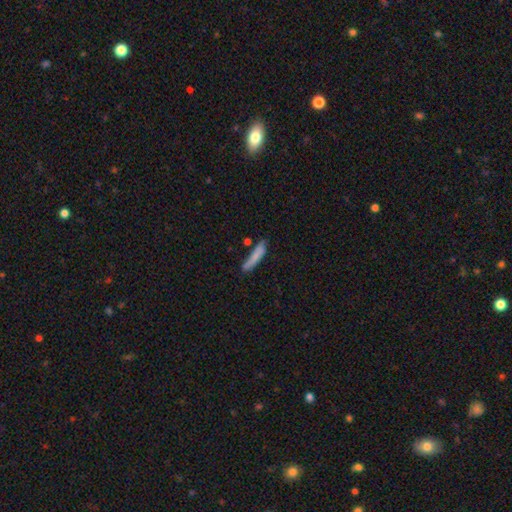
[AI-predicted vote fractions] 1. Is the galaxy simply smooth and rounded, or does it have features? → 77% smooth, 16% featured or disk, 7% star or artifact.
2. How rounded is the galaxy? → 87% cigar-shaped, 11% in between, 2% round.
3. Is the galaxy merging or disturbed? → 62% none, 22% minor disturbance, 9% merger, 6% major disturbance.